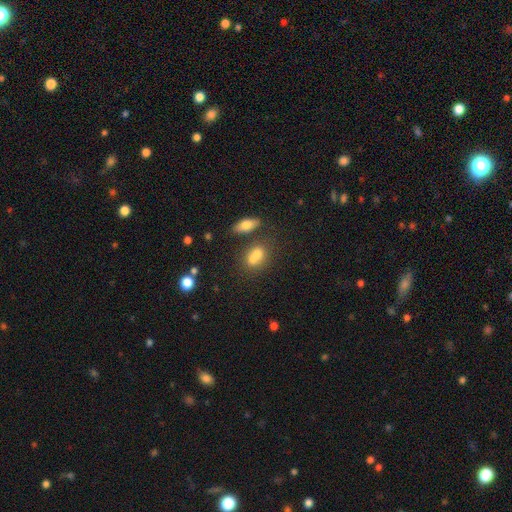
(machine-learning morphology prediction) A smooth galaxy with no disk features (71%) that is in between round and cigar-shaped (58%). Merging: merger (55%).